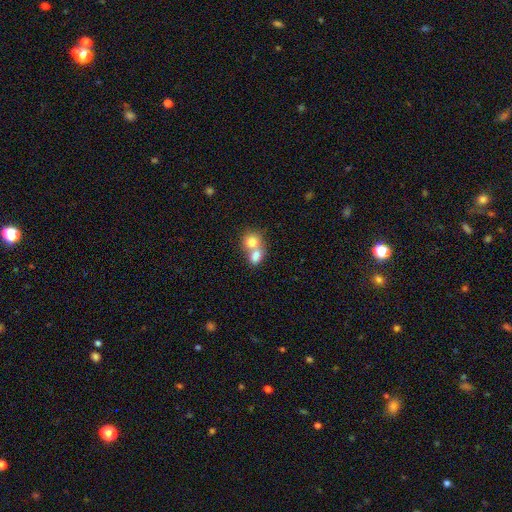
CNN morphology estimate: smooth_or_featured: smooth (p=0.76) [alt: featured or disk p=0.15]
how_rounded: round (p=0.55) [alt: in between p=0.44]
merging: merger (p=0.69) [alt: none p=0.23]